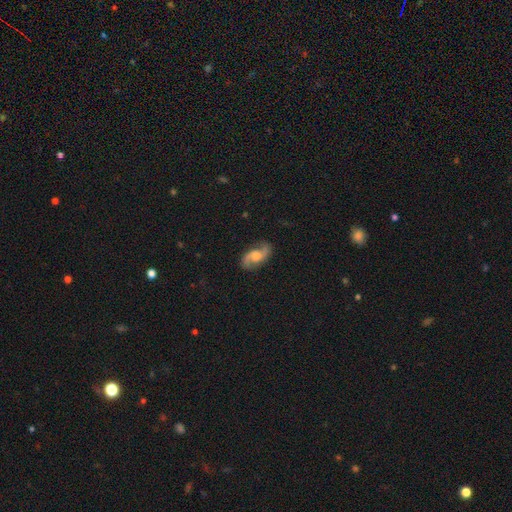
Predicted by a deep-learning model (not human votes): featured or disk 82%, smooth 12%, star or artifact 6%. Down the decision tree: edge-on disk — no (96%); bar — no (54%); spiral arms — yes (96%); spiral arm count — 2 (93%); spiral winding — loose (53%); bulge size — moderate (61%); merging — none (82%).